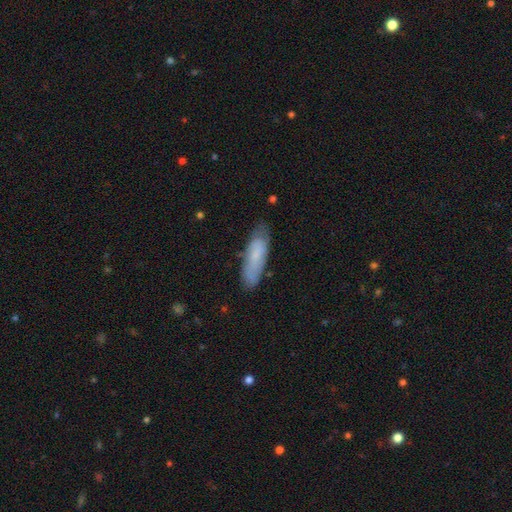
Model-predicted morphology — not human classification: A smooth galaxy with no disk features (60%) that is cigar-shaped (54%). Merging: none (72%).